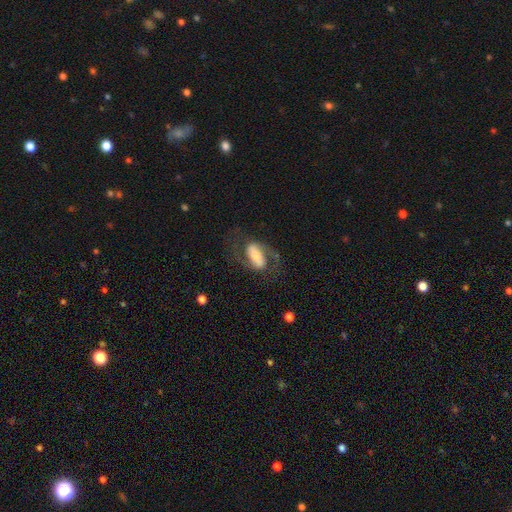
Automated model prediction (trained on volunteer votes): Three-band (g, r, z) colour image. It shows a featured or disk galaxy (69%) with a strong bar (47%), 2 (88%) medium (50%) spiral arms (87%) and a moderate central bulge (41%). Merging: none (64%).